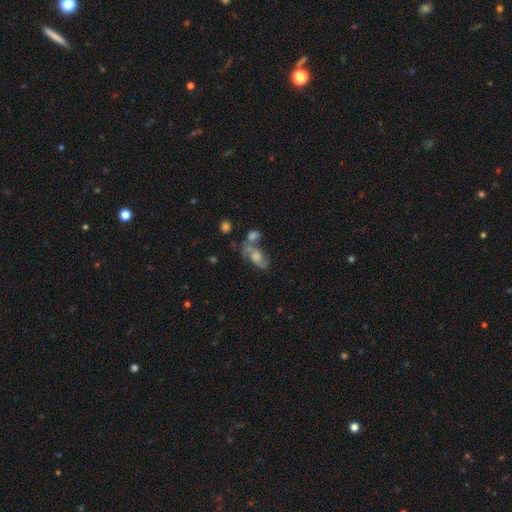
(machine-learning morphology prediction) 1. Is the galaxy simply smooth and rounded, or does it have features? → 63% featured or disk, 27% smooth, 10% star or artifact.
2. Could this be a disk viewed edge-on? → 93% no, 7% yes.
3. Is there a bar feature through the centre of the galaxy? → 66% no, 28% weak, 6% strong.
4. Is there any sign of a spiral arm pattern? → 86% yes, 14% no.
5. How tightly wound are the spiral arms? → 44% loose, 42% medium, 14% tight.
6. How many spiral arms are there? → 86% 2, 7% can't tell, 3% 1, 2% 3, 1% 4, 1% more than 4.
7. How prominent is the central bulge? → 47% moderate, 23% large, 18% small, 10% none, 3% dominant.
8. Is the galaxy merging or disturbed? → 42% none, 28% merger, 18% minor disturbance, 13% major disturbance.